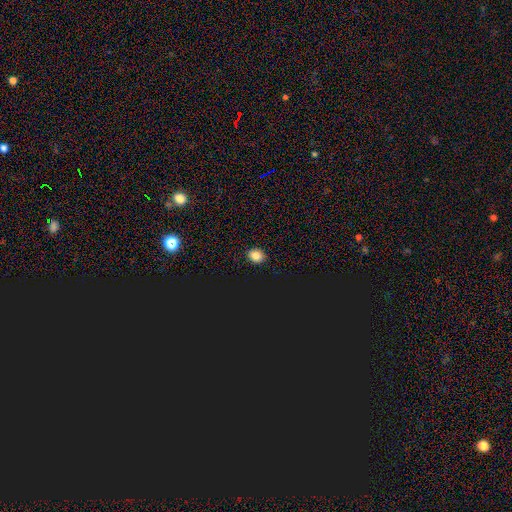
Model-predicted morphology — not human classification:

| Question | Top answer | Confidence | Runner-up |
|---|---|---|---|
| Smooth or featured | smooth | 80% | star or artifact (15%) |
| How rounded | round | 65% | in between (34%) |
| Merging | none | 90% | minor disturbance (7%) |